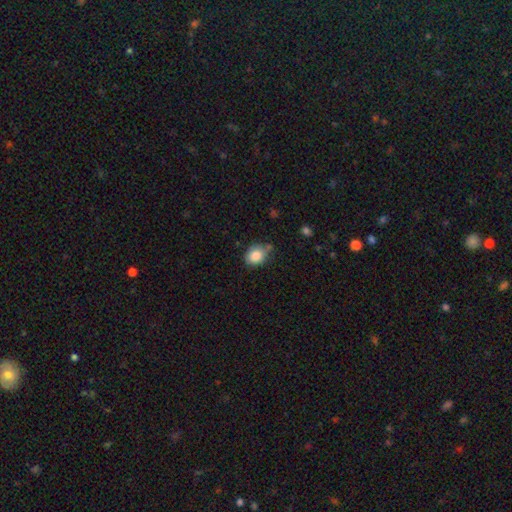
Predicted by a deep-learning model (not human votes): This is clearly a smooth galaxy (84%). How rounded: possibly round (53%). Merging: likely none (62%).